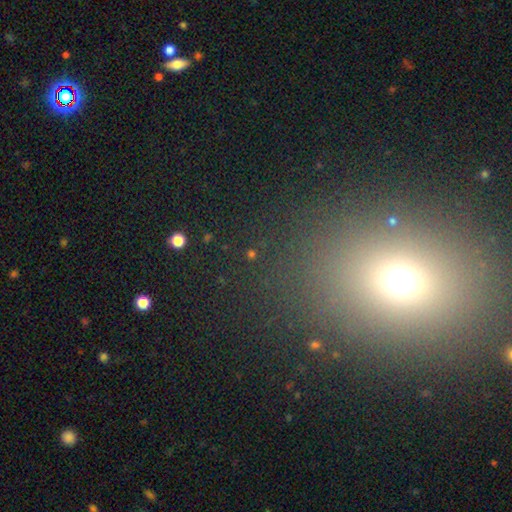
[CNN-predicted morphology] This is possibly a smooth galaxy (47%). Merging: clearly none (83%).